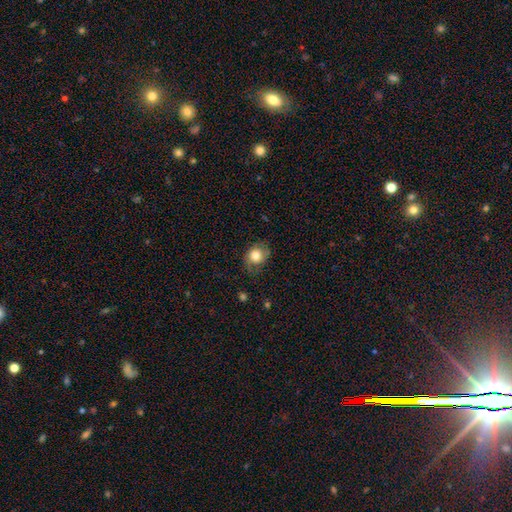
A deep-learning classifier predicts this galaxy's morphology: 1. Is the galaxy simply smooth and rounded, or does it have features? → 71% smooth, 21% featured or disk, 8% star or artifact.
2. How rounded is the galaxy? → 56% round, 43% in between, 1% cigar-shaped.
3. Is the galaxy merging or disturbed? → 65% none, 24% minor disturbance, 9% major disturbance, 1% merger.